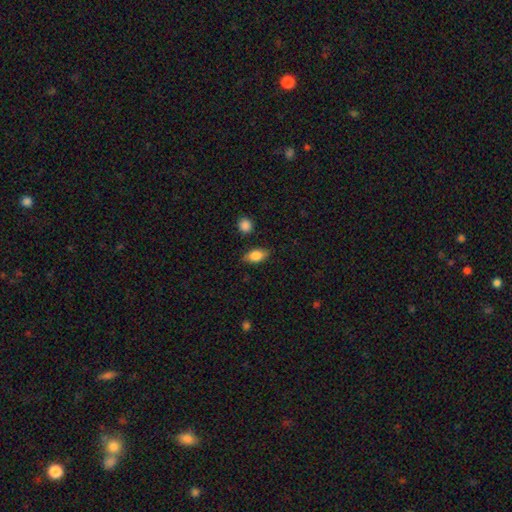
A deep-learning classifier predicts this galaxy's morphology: Smooth or featured? smooth (83%)
How rounded? in between (88%)
Merging? none (82%)